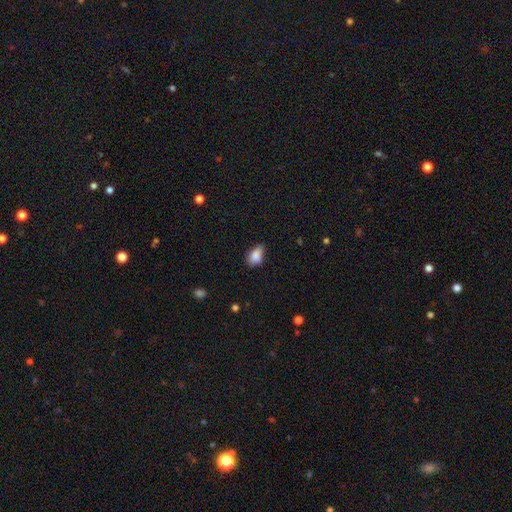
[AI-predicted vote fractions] Smooth or featured?
  - smooth: 85% *
  - star or artifact: 9%
  - featured or disk: 7%
How rounded?
  - in between: 87% *
  - round: 11%
  - cigar-shaped: 2%
Merging?
  - none: 48% *
  - minor disturbance: 40%
  - major disturbance: 9%
  - merger: 3%